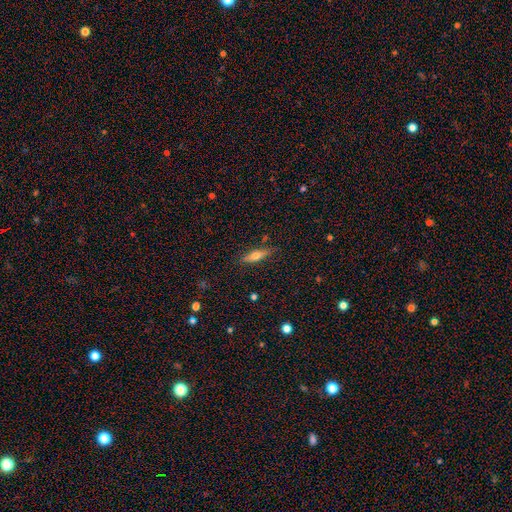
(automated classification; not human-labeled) smooth_or_featured: smooth (p=0.52) [alt: featured or disk p=0.41]
how_rounded: cigar-shaped (p=0.67) [alt: in between p=0.31]
merging: none (p=0.84) [alt: minor disturbance p=0.12]